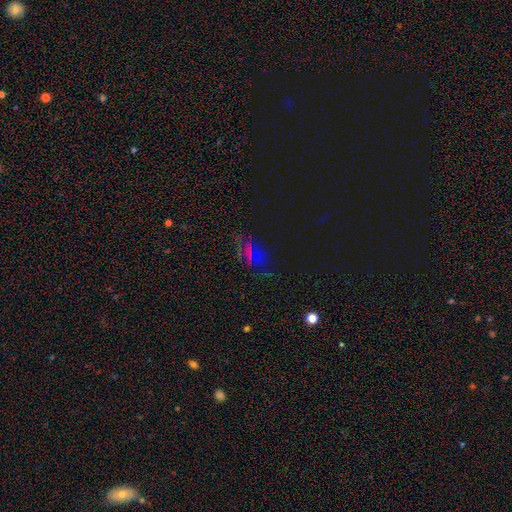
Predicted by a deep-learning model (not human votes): This is possibly a star or artifact rather than a galaxy (52%).